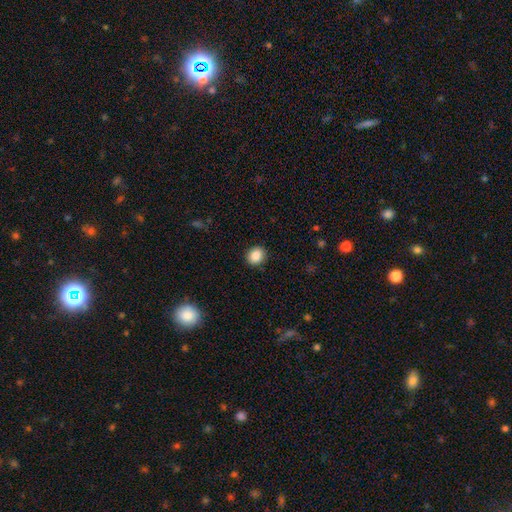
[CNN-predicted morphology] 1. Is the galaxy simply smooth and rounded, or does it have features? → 87% smooth, 9% star or artifact, 4% featured or disk.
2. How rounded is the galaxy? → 76% round, 23% in between, 1% cigar-shaped.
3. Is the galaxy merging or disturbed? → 90% none, 7% minor disturbance, 2% major disturbance, 1% merger.